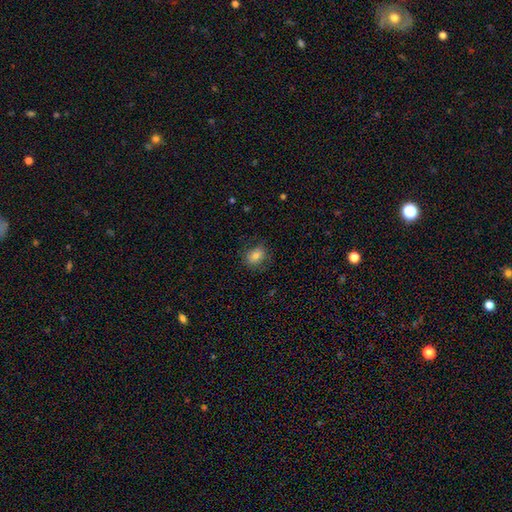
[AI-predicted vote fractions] A smooth galaxy with no disk features (76%) that is in between round and cigar-shaped (57%). Merging: none (77%).